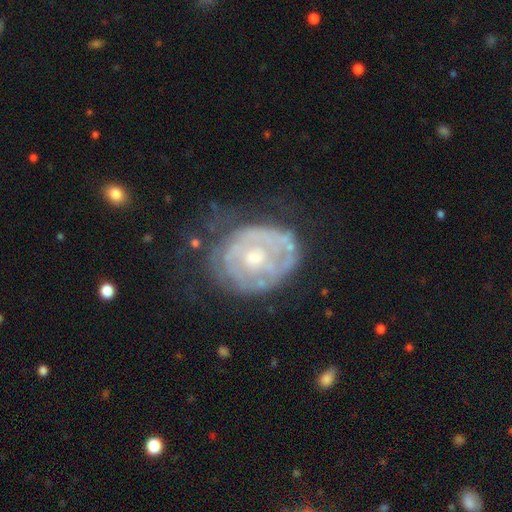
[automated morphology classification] A featured or disk galaxy (72%) with no bar (80%), no spiral arms (51%) and a moderate central bulge (54%).

Vote fractions:
- Smooth or featured? featured or disk: 72% / smooth: 21% / star or artifact: 7%
- Edge-on disk? no: 97% / yes: 3%
- Bar? no: 80% / weak: 16% / strong: 3%
- Spiral arms? no: 51% / yes: 49%
- Bulge size? moderate: 54% / small: 38% / large: 4% / none: 2% / dominant: 1%
- Merging? none: 51% / minor disturbance: 26% / major disturbance: 20% / merger: 3%